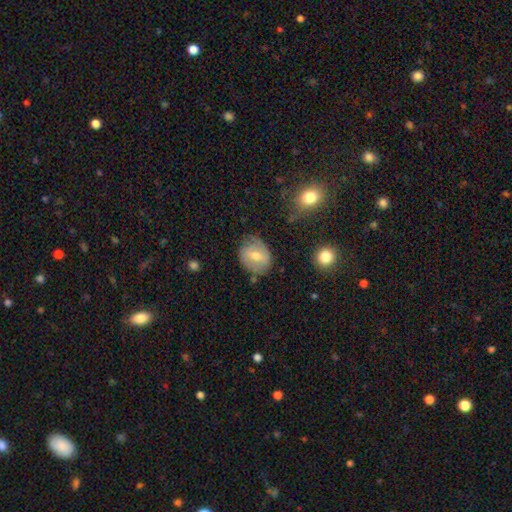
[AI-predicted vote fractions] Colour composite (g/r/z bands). It shows a smooth galaxy with no disk features (51%) that is round (55%). Merging: none (73%).